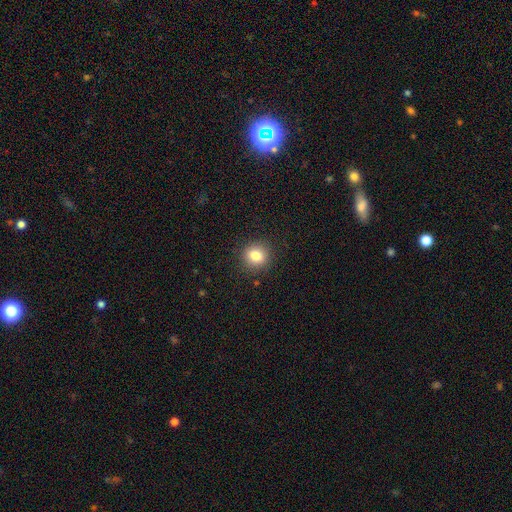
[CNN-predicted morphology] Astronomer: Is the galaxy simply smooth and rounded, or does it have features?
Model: smooth — 83%.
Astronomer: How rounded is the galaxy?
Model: round — 80%.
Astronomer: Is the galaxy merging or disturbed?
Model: none — 89%.